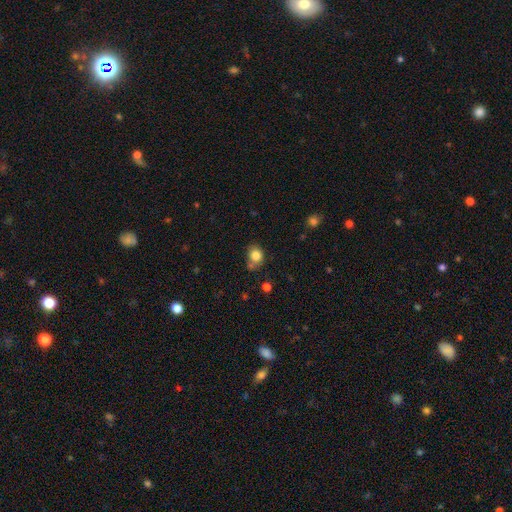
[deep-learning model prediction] smooth_or_featured: smooth (p=0.83) [alt: star or artifact p=0.11]
how_rounded: round (p=0.69) [alt: in between p=0.30]
merging: none (p=0.63) [alt: minor disturbance p=0.20]